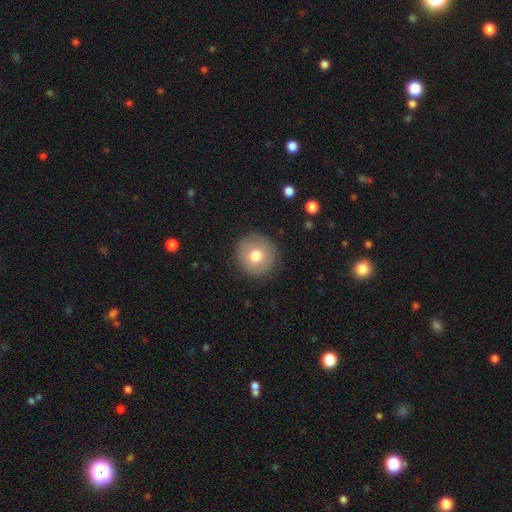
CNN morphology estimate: smooth-or-featured: smooth: 74% | featured or disk: 17% | star or artifact: 9%
  how-rounded: round: 95% | in between: 4% | cigar-shaped: 1%
  merging: none: 90% | minor disturbance: 6% | major disturbance: 2% | merger: 1%